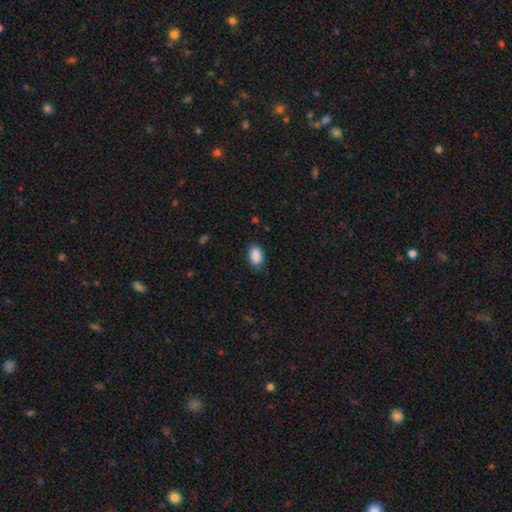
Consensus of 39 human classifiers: A smooth galaxy with no disk features (92%) that is in between round and cigar-shaped (86%). Merging: none (74%).